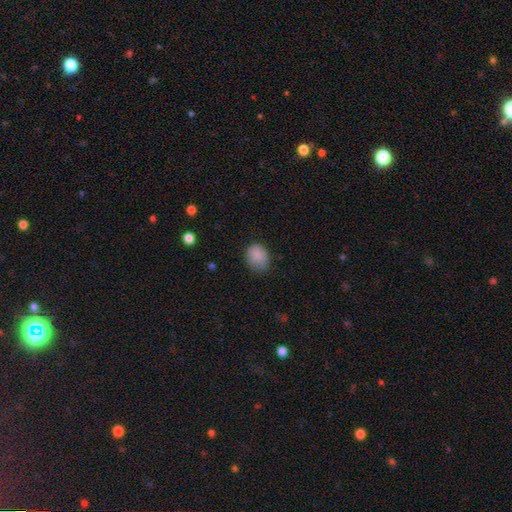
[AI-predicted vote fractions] Q: Smooth or featured?
A: smooth (86%); runner-up: star or artifact (9%)
Q: How rounded?
A: round (50%); runner-up: in between (49%)
Q: Merging?
A: none (67%); runner-up: minor disturbance (26%)